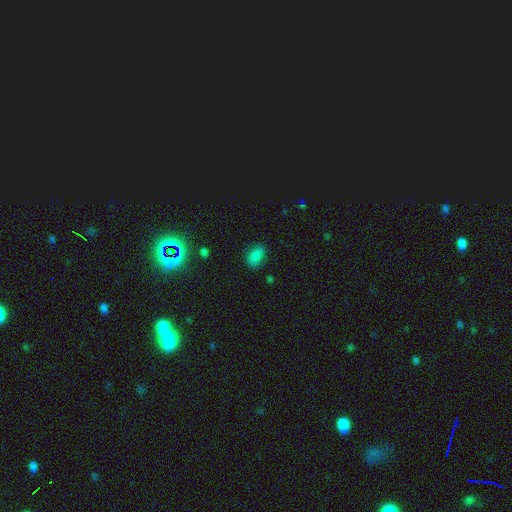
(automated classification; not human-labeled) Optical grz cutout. It shows a smooth galaxy with no disk features (81%) that is in between round and cigar-shaped (86%). Merging: none (81%).